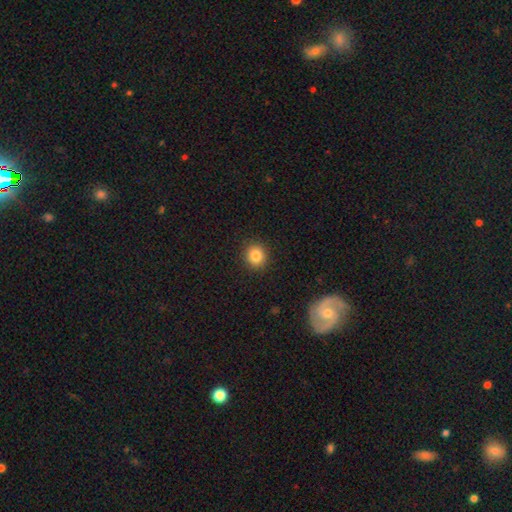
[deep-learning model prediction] Q: Smooth or featured?
A: smooth (84%); runner-up: star or artifact (10%)
Q: How rounded?
A: round (86%); runner-up: in between (13%)
Q: Merging?
A: none (92%); runner-up: minor disturbance (6%)